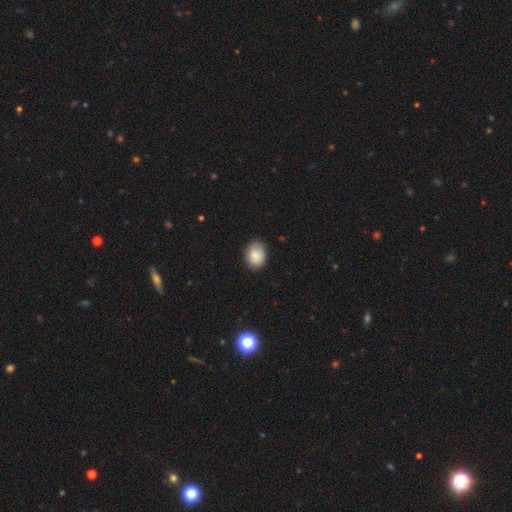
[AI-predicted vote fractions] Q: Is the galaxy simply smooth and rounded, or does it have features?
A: smooth — 84%.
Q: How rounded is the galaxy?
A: in between — 67%.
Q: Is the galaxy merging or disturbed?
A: none — 77%.